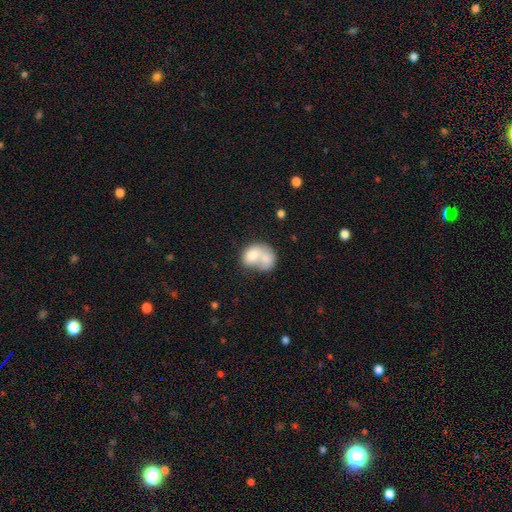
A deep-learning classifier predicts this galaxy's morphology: A smooth galaxy with no disk features (70%) that is in between round and cigar-shaped (61%).

Vote fractions:
- Smooth or featured? smooth: 70% / featured or disk: 23% / star or artifact: 7%
- How rounded? in between: 61% / round: 37% / cigar-shaped: 1%
- Merging? merger: 71% / none: 14% / major disturbance: 8% / minor disturbance: 7%